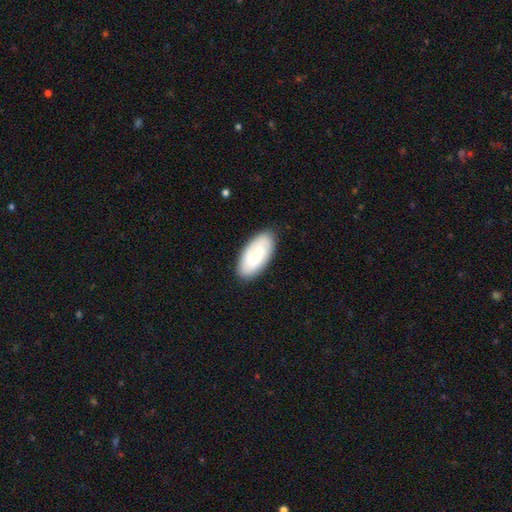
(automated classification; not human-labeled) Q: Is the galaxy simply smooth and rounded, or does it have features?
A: smooth — 59%.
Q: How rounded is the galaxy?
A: in between — 92%.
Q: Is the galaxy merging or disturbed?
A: none — 86%.